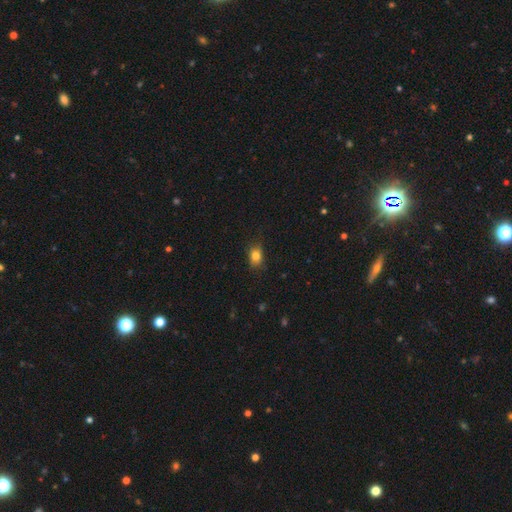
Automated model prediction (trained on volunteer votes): smooth_or_featured: smooth (p=0.81) [alt: star or artifact p=0.11]
how_rounded: in between (p=0.63) [alt: round p=0.35]
merging: none (p=0.73) [alt: minor disturbance p=0.21]